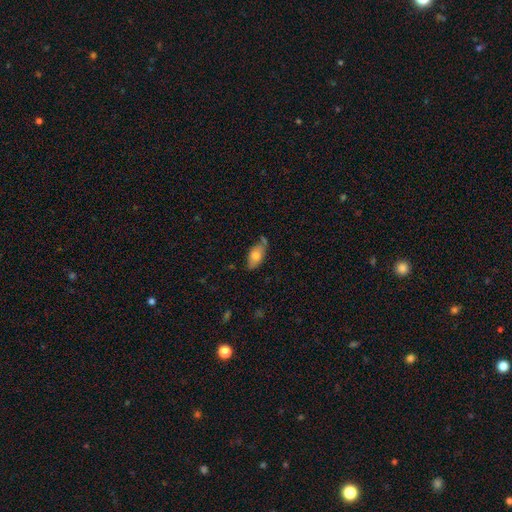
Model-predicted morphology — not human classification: Smooth or featured? Predicted: smooth (p=0.74). How rounded? Predicted: in between (p=0.91). Merging? Predicted: none (p=0.60).